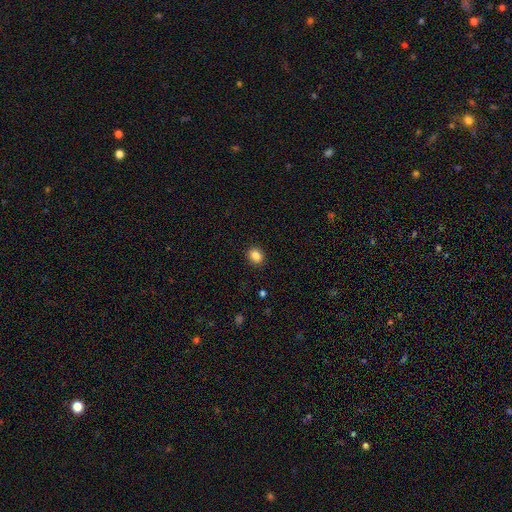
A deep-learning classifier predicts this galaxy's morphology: A smooth galaxy with no disk features (85%) that is round (64%). Merging: none (91%).